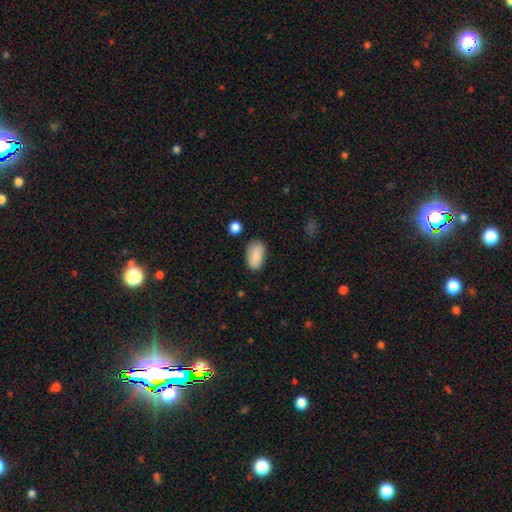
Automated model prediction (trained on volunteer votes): The model was most divided on "merging": none: 78%, minor disturbance: 16%, major disturbance: 3%, merger: 2%. More confident: how rounded — in between (94%); smooth or featured — smooth (89%).